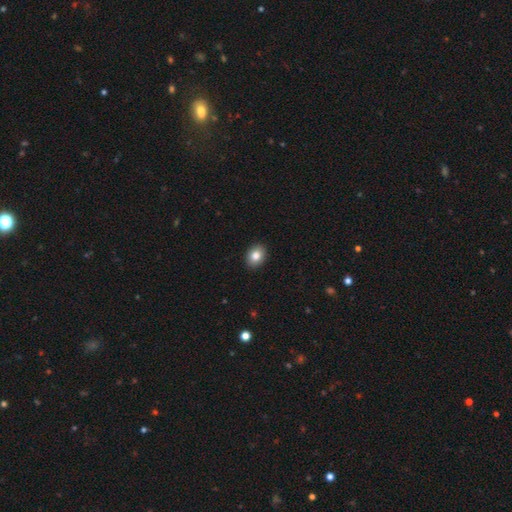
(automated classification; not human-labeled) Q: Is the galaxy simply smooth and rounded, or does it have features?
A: smooth — 85%.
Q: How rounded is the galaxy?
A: in between — 66%.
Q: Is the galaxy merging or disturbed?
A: none — 91%.